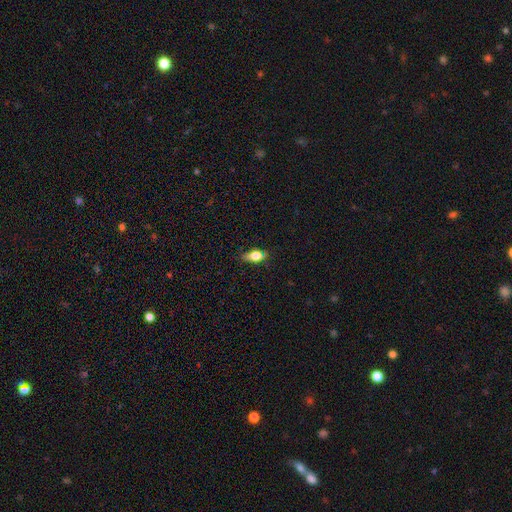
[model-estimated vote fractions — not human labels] Q: Smooth or featured?
A: smooth (68%); runner-up: featured or disk (22%)
Q: How rounded?
A: in between (77%); runner-up: cigar-shaped (13%)
Q: Merging?
A: none (75%); runner-up: minor disturbance (19%)